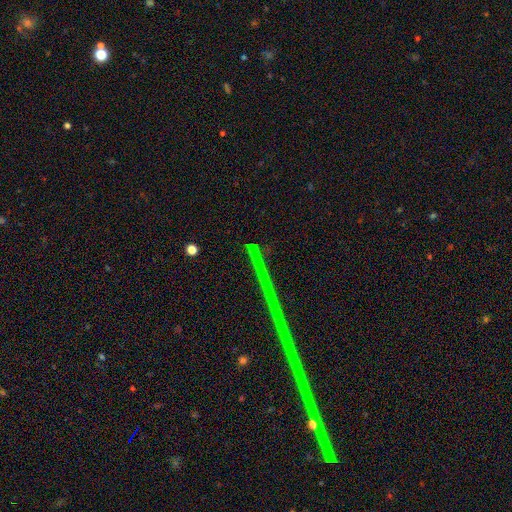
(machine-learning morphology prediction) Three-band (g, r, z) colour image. It shows a star or artifact, not a galaxy (76%).